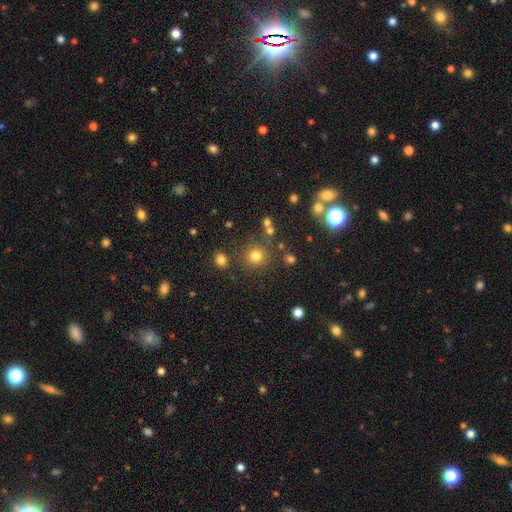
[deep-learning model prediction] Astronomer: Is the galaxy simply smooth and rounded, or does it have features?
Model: smooth — 76%.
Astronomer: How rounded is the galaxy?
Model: round — 91%.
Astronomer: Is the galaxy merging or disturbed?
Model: none — 80%.